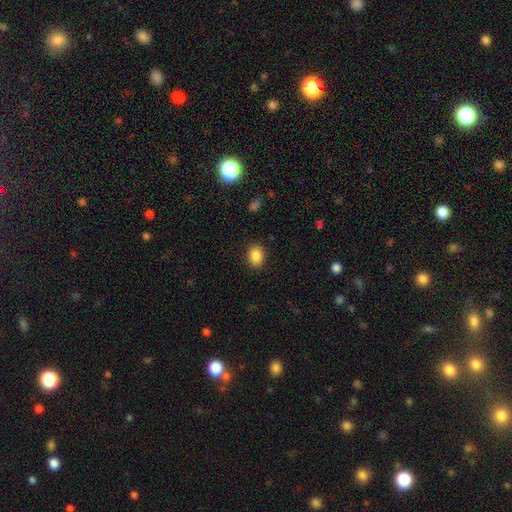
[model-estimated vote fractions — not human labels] Smooth or featured? smooth (87%)
How rounded? in between (62%)
Merging? none (88%)